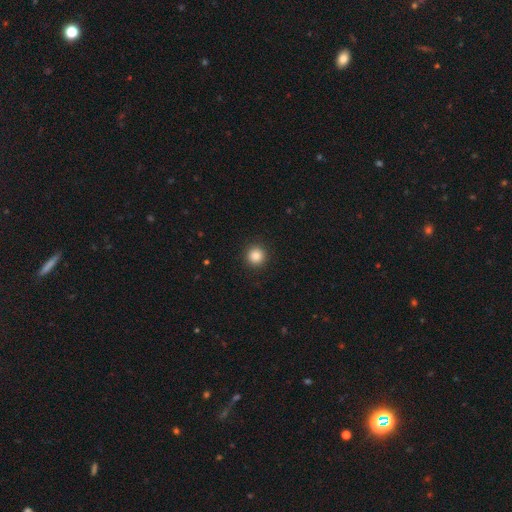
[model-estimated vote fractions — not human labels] Smooth or featured: smooth — 86% (star or artifact — 10%)
How rounded: round — 95% (in between — 4%)
Merging: none — 92% (minor disturbance — 5%)